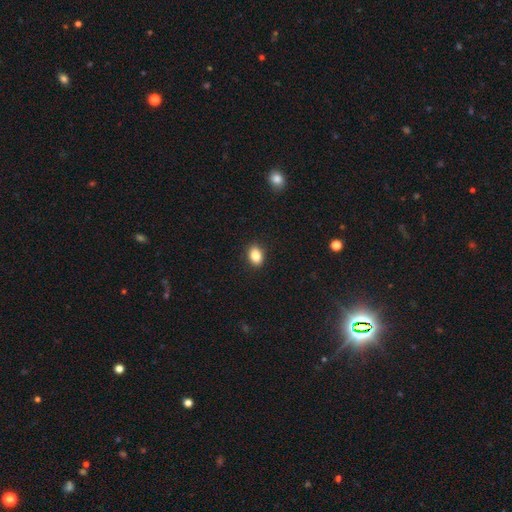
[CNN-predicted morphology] This appears to be a smooth galaxy with no disk features (85%) that is in between round and cigar-shaped (76%). Merging: none (90%).